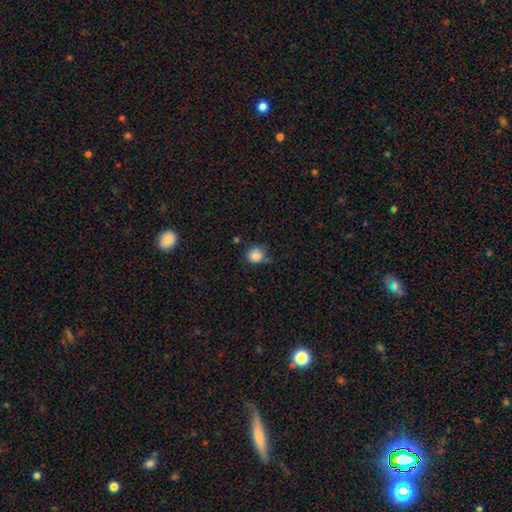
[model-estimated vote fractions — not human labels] A smooth galaxy with no disk features (85%) that is round (84%).

Vote fractions:
- Smooth or featured? smooth: 85% / star or artifact: 10% / featured or disk: 5%
- How rounded? round: 84% / in between: 15% / cigar-shaped: 1%
- Merging? none: 67% / minor disturbance: 23% / major disturbance: 5% / merger: 4%